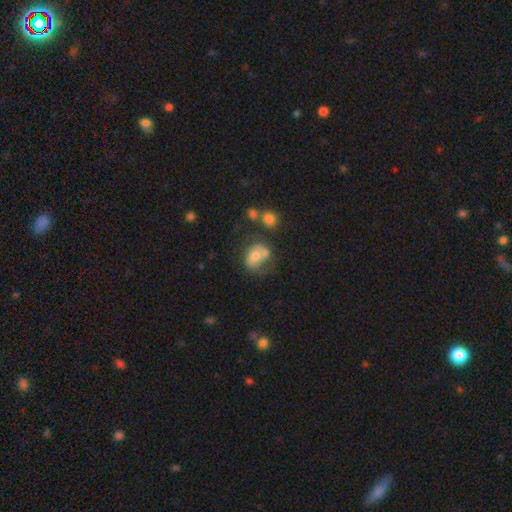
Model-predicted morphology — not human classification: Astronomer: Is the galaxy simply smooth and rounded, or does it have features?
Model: smooth — 55% (runner-up: featured or disk, 36%).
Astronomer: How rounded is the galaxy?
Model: in between — 51% (runner-up: round, 48%).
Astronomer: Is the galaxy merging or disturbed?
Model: none — 35% (runner-up: merger, 25%).